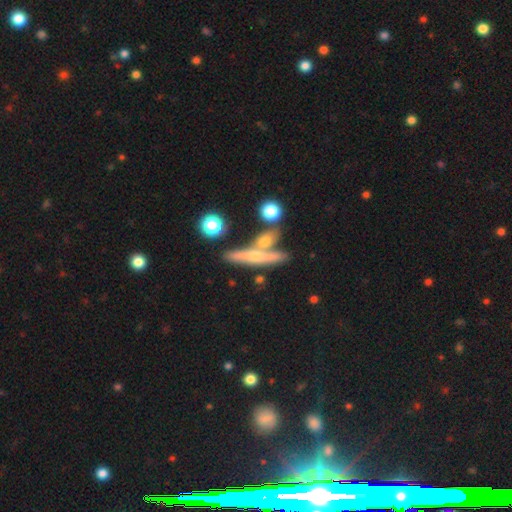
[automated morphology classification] featured or disk 63%, smooth 26%, star or artifact 12%. Down the decision tree: edge-on disk — yes (89%); edge-on bulge — rounded (77%); merging — none (64%).